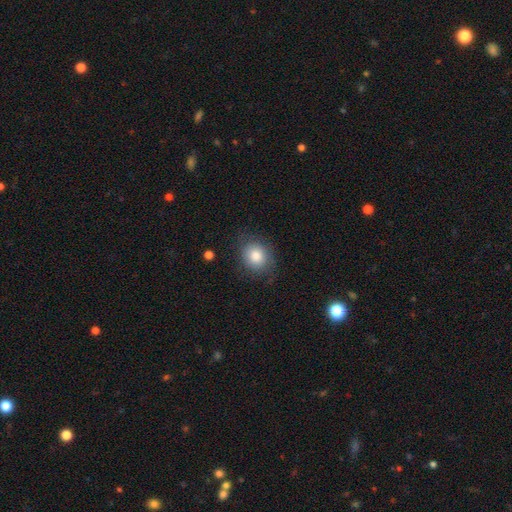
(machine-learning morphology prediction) Overall: smooth (80%). How rounded: round (64%; in between 35%). Merging: none (74%).